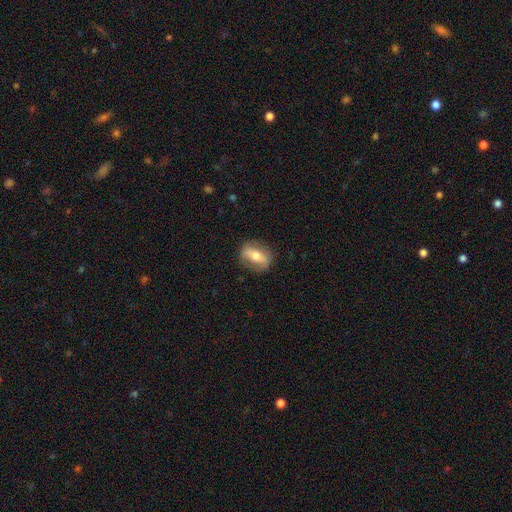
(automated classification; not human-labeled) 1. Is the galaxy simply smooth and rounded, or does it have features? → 48% featured or disk, 45% smooth, 7% star or artifact.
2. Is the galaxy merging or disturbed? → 80% none, 14% minor disturbance, 5% major disturbance, 1% merger.